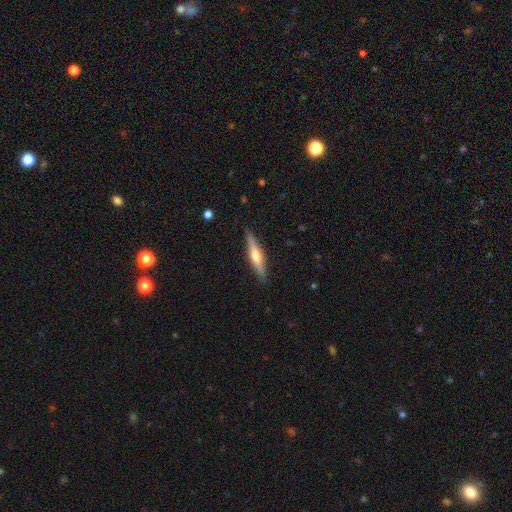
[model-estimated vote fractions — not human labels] Morphology: type=featured or disk (61%); edge-on=yes (97%); edge-on bulge=rounded (87%); merging=none (89%).